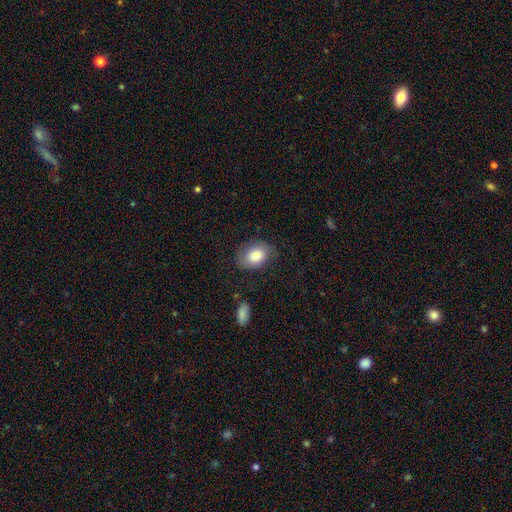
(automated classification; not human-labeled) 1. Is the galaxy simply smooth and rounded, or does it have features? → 82% smooth, 11% featured or disk, 7% star or artifact.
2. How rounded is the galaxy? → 77% in between, 22% round, 1% cigar-shaped.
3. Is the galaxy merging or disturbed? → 74% none, 18% minor disturbance, 6% major disturbance, 2% merger.